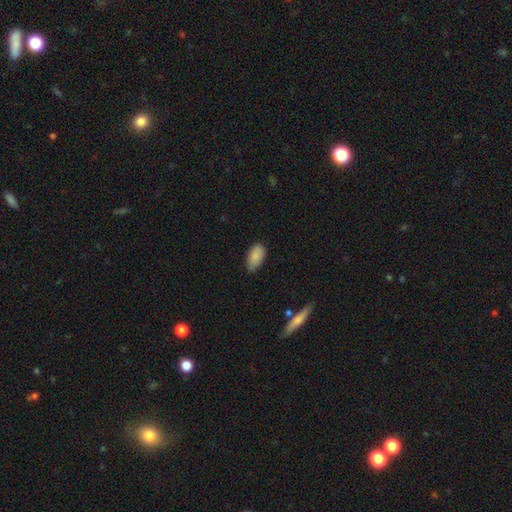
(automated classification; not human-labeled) smooth_or_featured: smooth (p=0.87) [alt: star or artifact p=0.07]
how_rounded: in between (p=0.94) [alt: round p=0.03]
merging: none (p=0.71) [alt: minor disturbance p=0.24]